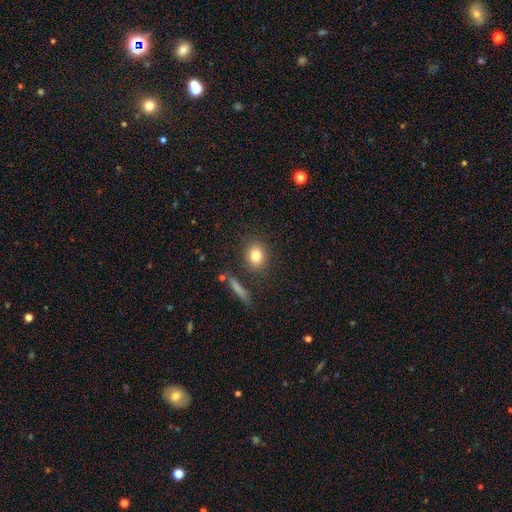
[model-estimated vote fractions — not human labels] Smooth or featured: smooth — 81% (star or artifact — 10%)
How rounded: round — 63% (in between — 34%)
Merging: none — 83% (minor disturbance — 9%)